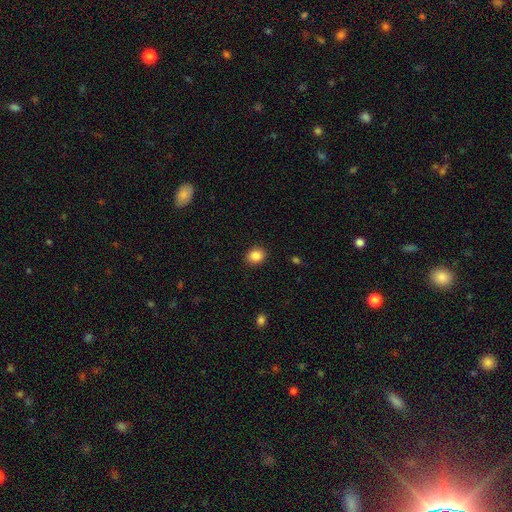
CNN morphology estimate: Smooth or featured? smooth (86%)
How rounded? round (58%)
Merging? none (90%)